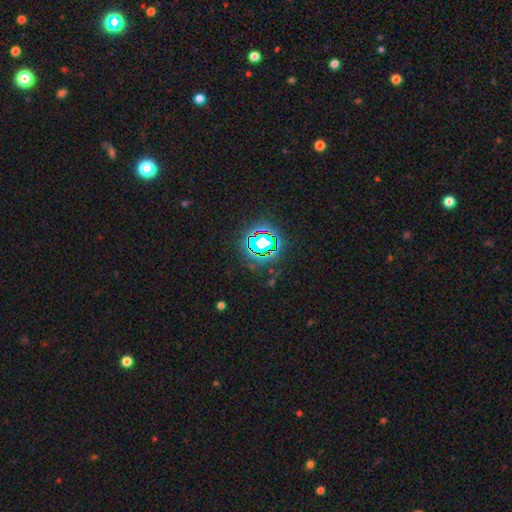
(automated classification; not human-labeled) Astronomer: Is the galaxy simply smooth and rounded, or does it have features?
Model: star or artifact — 80%.